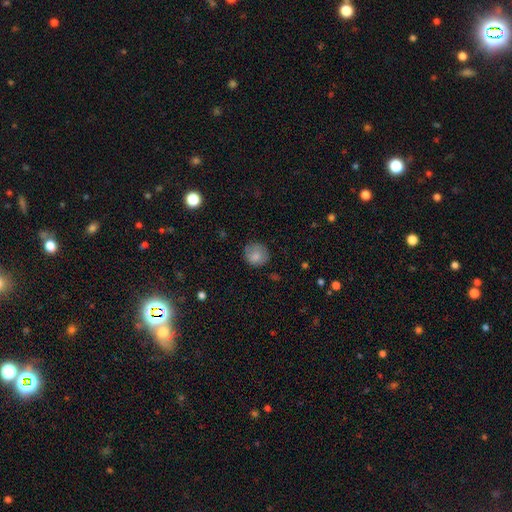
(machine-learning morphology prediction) This appears to be a smooth galaxy with no disk features (82%) that is round (83%). Merging: none (77%).